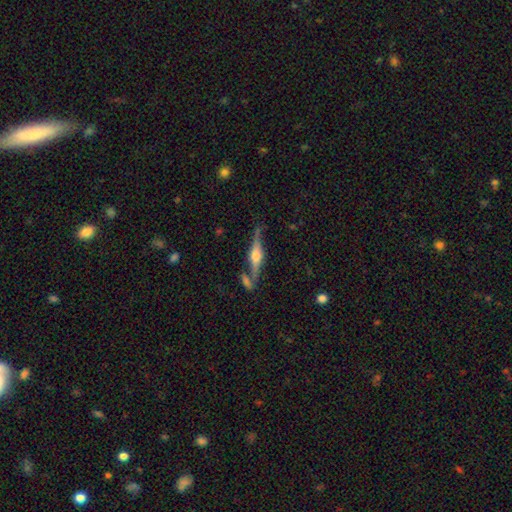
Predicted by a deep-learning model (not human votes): Smooth or featured: featured or disk — 79% (smooth — 15%)
Edge-on disk: yes — 96% (no — 4%)
Edge-on bulge: rounded — 91% (boxy — 7%)
Merging: none — 71% (minor disturbance — 13%)